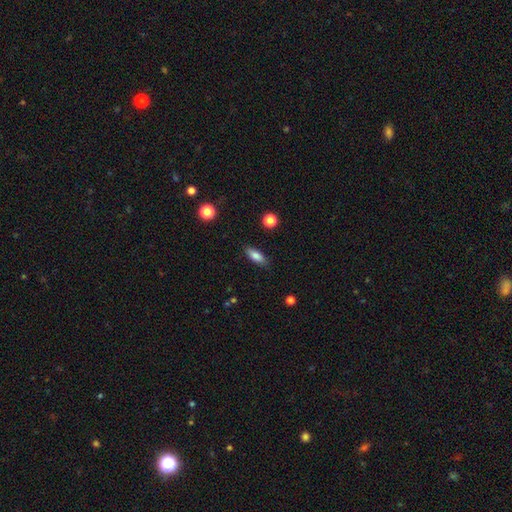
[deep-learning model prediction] Smooth or featured? Predicted: smooth (p=0.80). How rounded? Predicted: in between (p=0.70). Merging? Predicted: none (p=0.85).